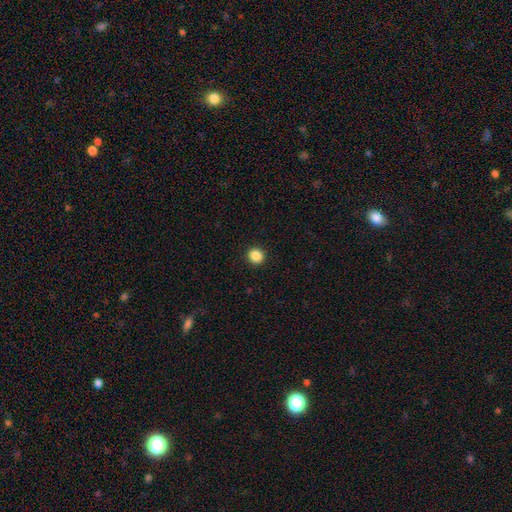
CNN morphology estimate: type=smooth (87%); roundness=round (90%); merging=none (93%).